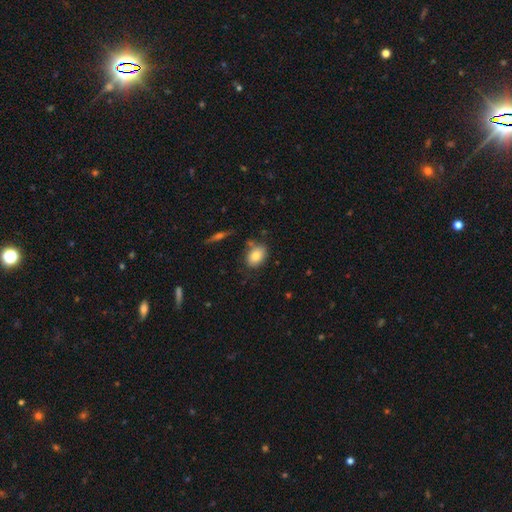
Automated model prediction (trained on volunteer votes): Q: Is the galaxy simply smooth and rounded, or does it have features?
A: smooth — 81%.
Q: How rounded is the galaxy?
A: in between — 79%.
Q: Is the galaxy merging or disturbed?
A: none — 73%.